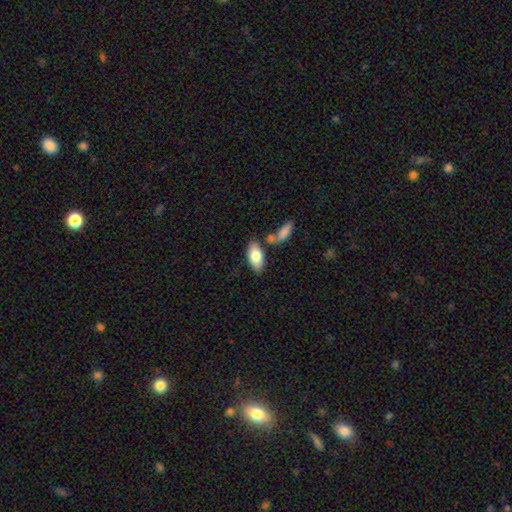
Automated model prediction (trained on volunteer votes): A smooth galaxy with no disk features (80%) that is in between round and cigar-shaped (91%). Merging: none (69%).